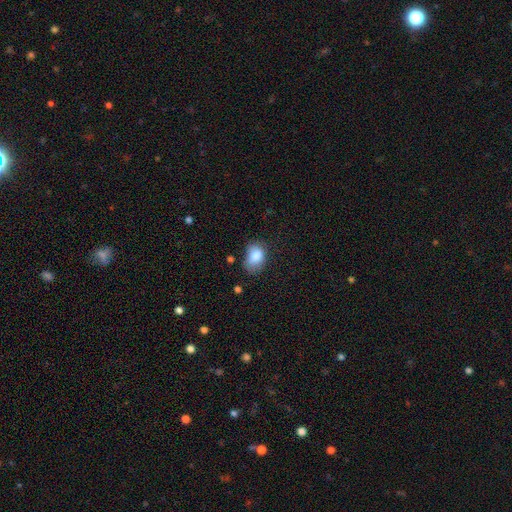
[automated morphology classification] Q: Smooth or featured?
A: smooth (82%); runner-up: featured or disk (10%)
Q: How rounded?
A: in between (77%); runner-up: round (22%)
Q: Merging?
A: none (45%); runner-up: minor disturbance (36%)